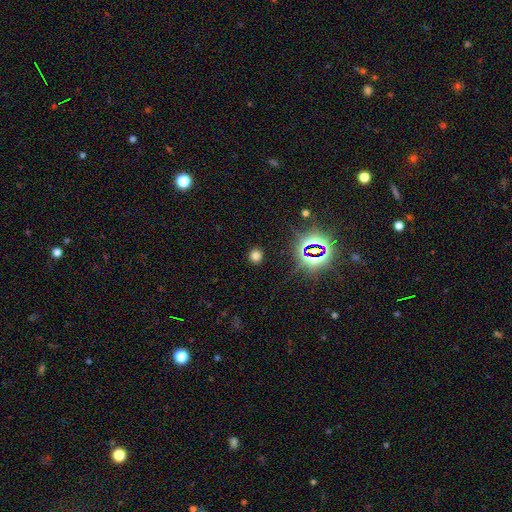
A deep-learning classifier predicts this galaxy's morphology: smooth_or_featured: smooth (p=0.67) [alt: star or artifact p=0.27]
how_rounded: round (p=0.87) [alt: in between p=0.12]
merging: none (p=0.89) [alt: minor disturbance p=0.06]